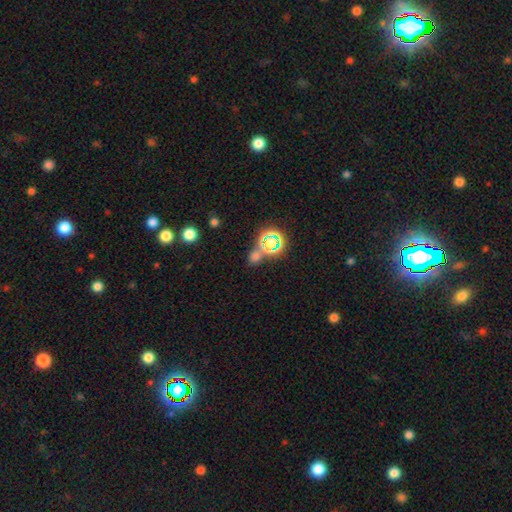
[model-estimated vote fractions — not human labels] Smooth or featured: smooth — 55% (star or artifact — 38%)
How rounded: round — 65% (in between — 33%)
Merging: none — 62% (merger — 24%)